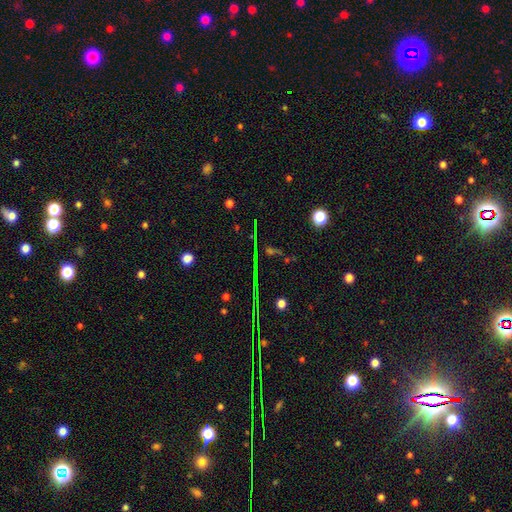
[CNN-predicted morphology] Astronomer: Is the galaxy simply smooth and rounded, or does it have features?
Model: star or artifact — 68%.